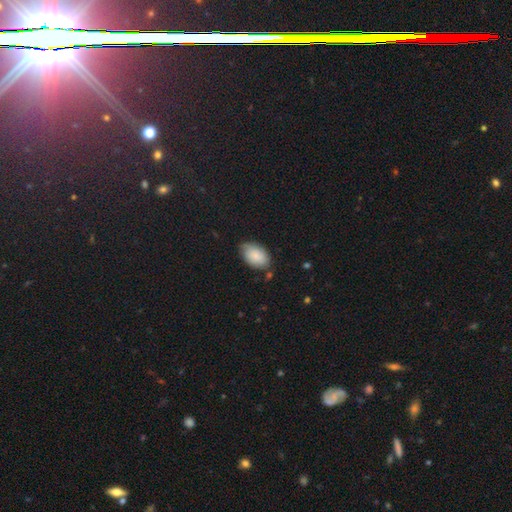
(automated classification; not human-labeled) Smooth or featured? Predicted: smooth (p=0.84). How rounded? Predicted: in between (p=0.92). Merging? Predicted: none (p=0.72).